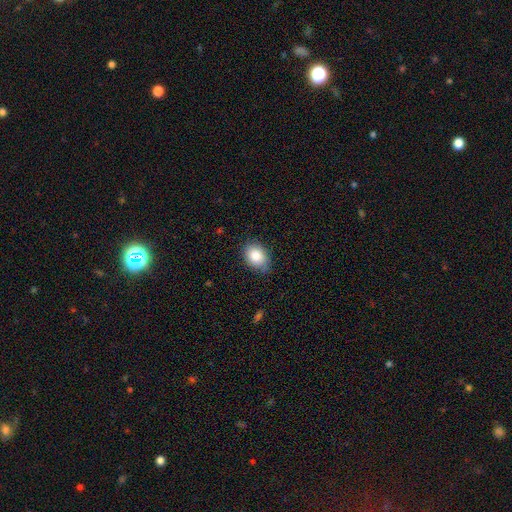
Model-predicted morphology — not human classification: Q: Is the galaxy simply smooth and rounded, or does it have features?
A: smooth — 85%.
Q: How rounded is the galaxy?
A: in between — 72%.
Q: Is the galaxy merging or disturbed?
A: none — 75%.